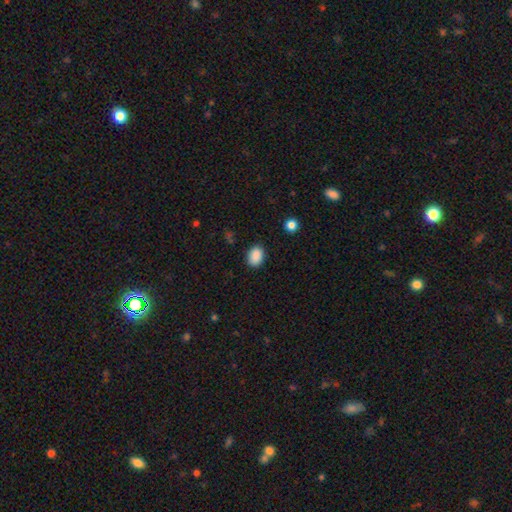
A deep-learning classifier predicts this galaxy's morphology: The model was most divided on "how rounded": in between: 72%, round: 27%, cigar-shaped: 1%. More confident: smooth or featured — smooth (88%); merging — none (85%).